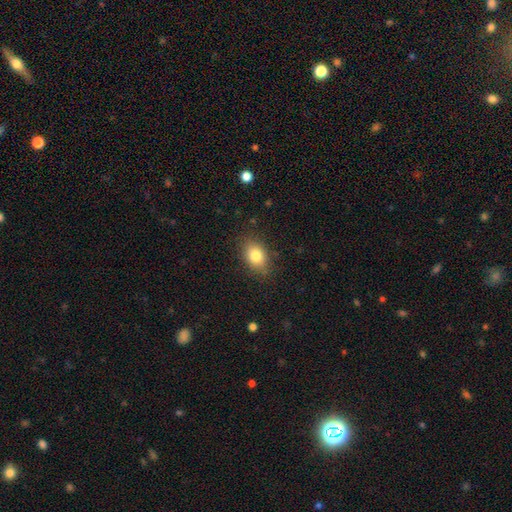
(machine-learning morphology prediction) A smooth galaxy with no disk features (82%) that is in between round and cigar-shaped (73%). Merging: none (84%).